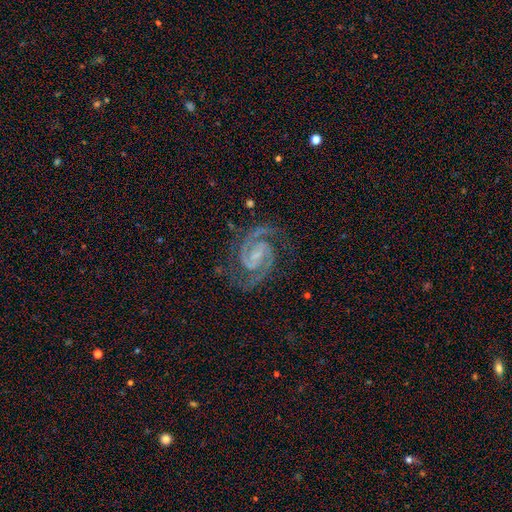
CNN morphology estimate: Smooth or featured: featured or disk — 93% (star or artifact — 5%)
Edge-on disk: no — 98% (yes — 2%)
Bar: weak — 50% (no — 28%)
Spiral arms: yes — 99% (no — 1%)
Spiral winding: medium — 53% (tight — 41%)
Spiral arm count: 2 — 93% (3 — 2%)
Bulge size: small — 58% (none — 22%)
Merging: none — 80% (minor disturbance — 14%)